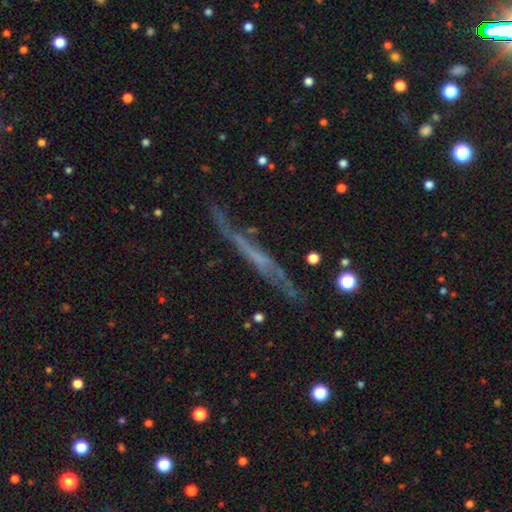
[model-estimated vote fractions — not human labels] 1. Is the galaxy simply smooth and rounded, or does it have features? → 65% featured or disk, 24% smooth, 11% star or artifact.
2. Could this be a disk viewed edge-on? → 77% yes, 23% no.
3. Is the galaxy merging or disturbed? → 62% none, 22% minor disturbance, 12% major disturbance, 4% merger.